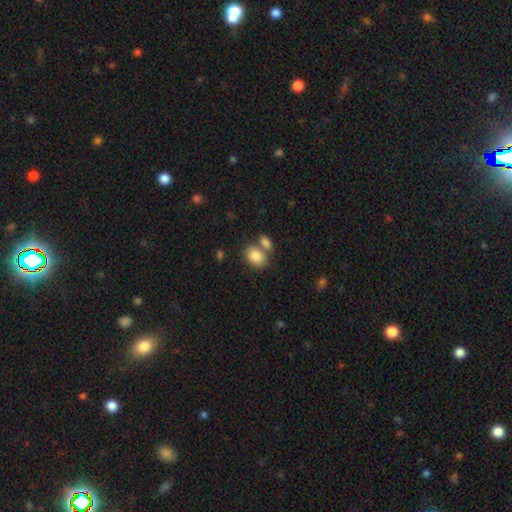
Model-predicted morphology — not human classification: Overall: smooth (84%). How rounded: in between (73%). Merging: none (52%; merger 34%).